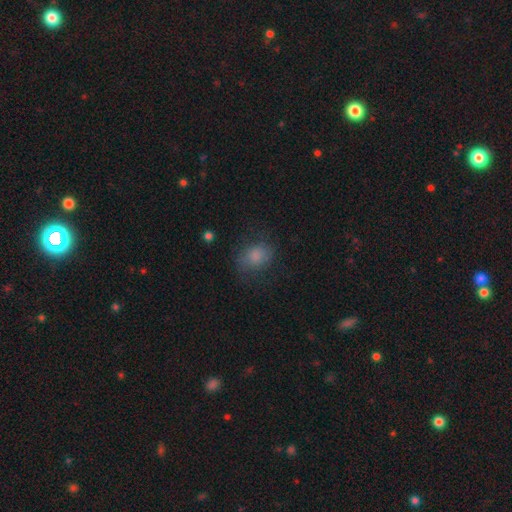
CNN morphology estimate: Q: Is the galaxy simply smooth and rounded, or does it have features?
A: smooth — 69%.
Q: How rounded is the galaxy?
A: round — 51%.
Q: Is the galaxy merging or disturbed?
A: none — 68%.